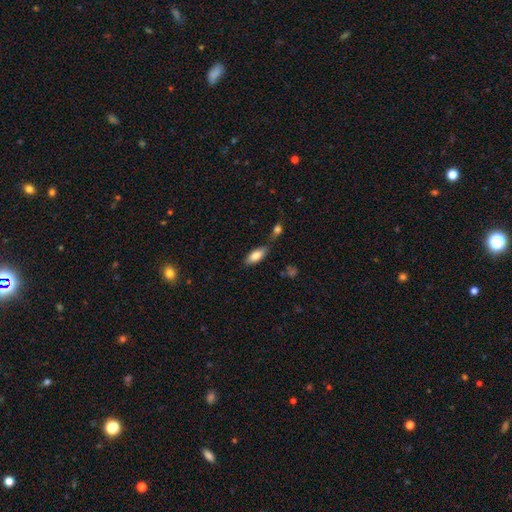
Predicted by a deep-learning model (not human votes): Q: Smooth or featured?
A: smooth (81%); runner-up: featured or disk (12%)
Q: How rounded?
A: in between (85%); runner-up: cigar-shaped (12%)
Q: Merging?
A: none (61%); runner-up: minor disturbance (17%)